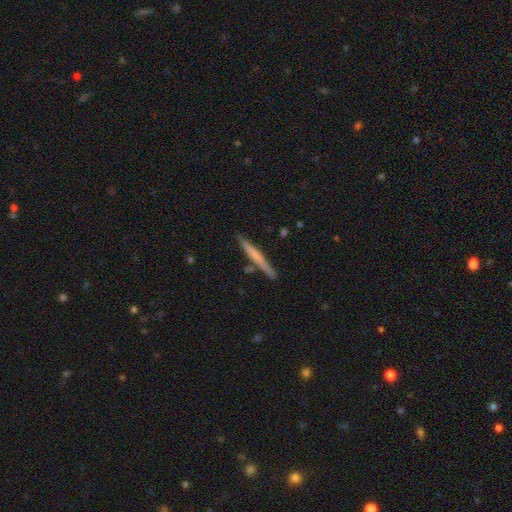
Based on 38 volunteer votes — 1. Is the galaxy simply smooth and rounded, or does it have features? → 53% featured or disk, 47% smooth, 0% star or artifact.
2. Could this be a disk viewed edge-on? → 100% yes, 0% no.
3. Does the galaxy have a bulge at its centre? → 50% none, 35% rounded, 15% boxy.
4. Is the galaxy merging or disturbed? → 79% none, 13% minor disturbance, 5% merger, 3% major disturbance.